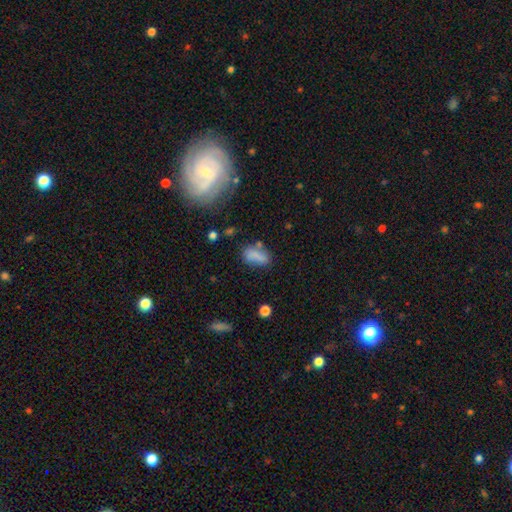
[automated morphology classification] A smooth galaxy with no disk features (77%) that is in between round and cigar-shaped (84%). Merging: none (58%).